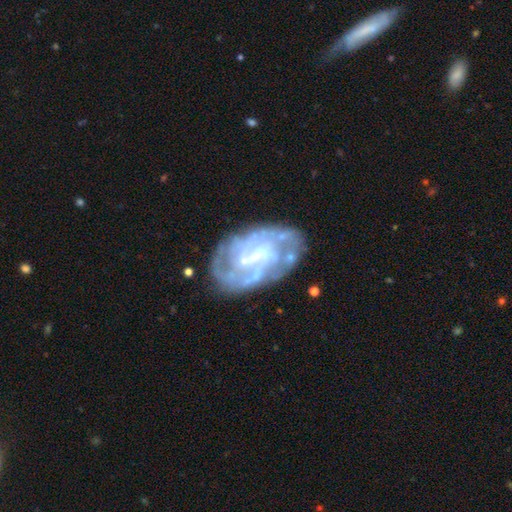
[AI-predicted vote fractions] This appears to be a featured or disk galaxy (82%) with a weak bar (46%), tight (50%) spiral arms (78%) and a small central bulge (43%). Merging: none (64%).